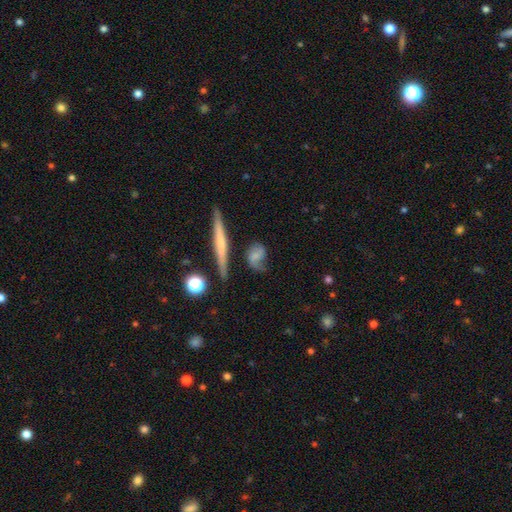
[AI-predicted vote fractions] Smooth or featured? Predicted: featured or disk (p=0.49). Merging? Predicted: none (p=0.57).